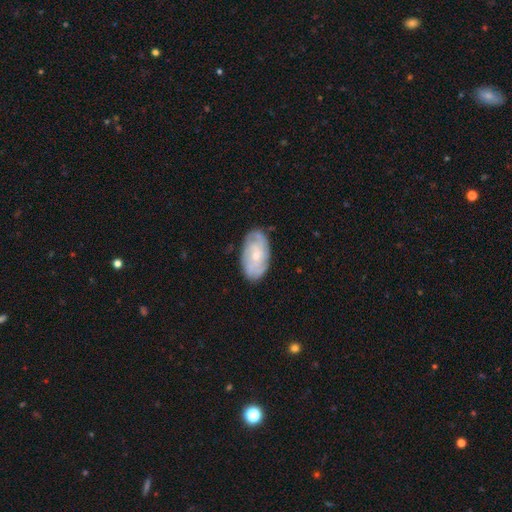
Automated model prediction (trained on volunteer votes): Smooth or featured: featured or disk — 67% (smooth — 27%)
Edge-on disk: no — 95% (yes — 5%)
Bar: no — 74% (weak — 22%)
Spiral arms: yes — 87% (no — 13%)
Spiral winding: tight — 63% (medium — 28%)
Spiral arm count: can't tell — 47% (2 — 18%)
Bulge size: small — 66% (moderate — 29%)
Merging: none — 79% (minor disturbance — 16%)